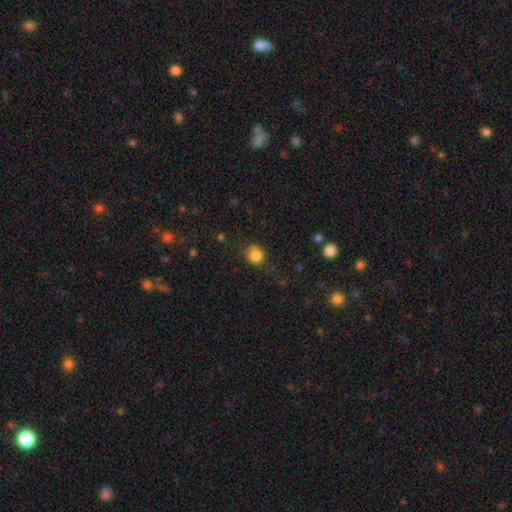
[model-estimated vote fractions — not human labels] smooth_or_featured: smooth (p=0.83) [alt: star or artifact p=0.11]
how_rounded: round (p=0.79) [alt: in between p=0.20]
merging: none (p=0.73) [alt: minor disturbance p=0.20]